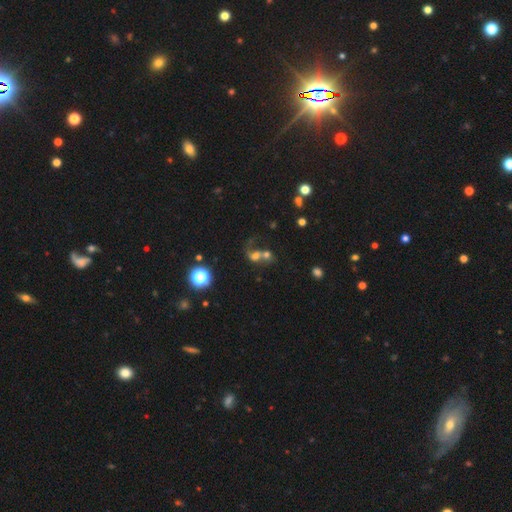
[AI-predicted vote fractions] Smooth or featured: smooth — 48% (featured or disk — 33%)
Merging: merger — 68% (none — 14%)